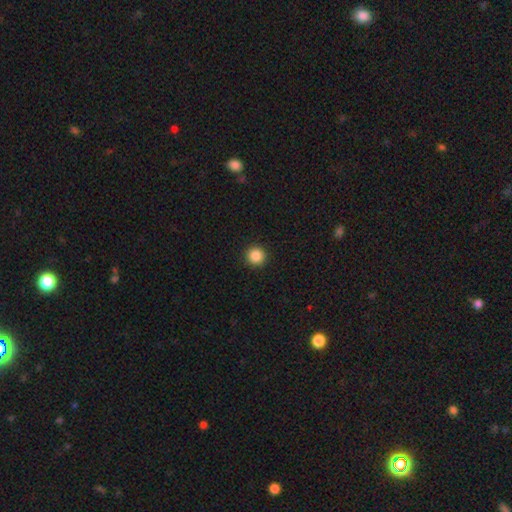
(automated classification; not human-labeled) smooth-or-featured: smooth: 86% | star or artifact: 10% | featured or disk: 3%
  how-rounded: round: 96% | in between: 3% | cigar-shaped: 1%
  merging: none: 93% | minor disturbance: 4% | major disturbance: 2% | merger: 1%